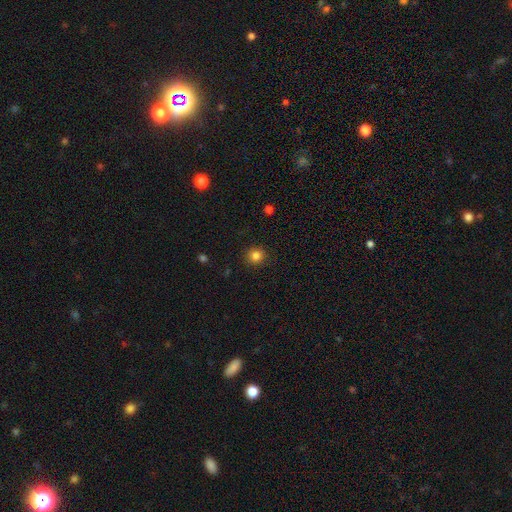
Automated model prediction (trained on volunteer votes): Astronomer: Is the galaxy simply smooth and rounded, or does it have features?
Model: smooth — 84%.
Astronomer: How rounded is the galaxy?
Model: round — 89%.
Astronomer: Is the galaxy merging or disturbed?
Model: none — 90%.